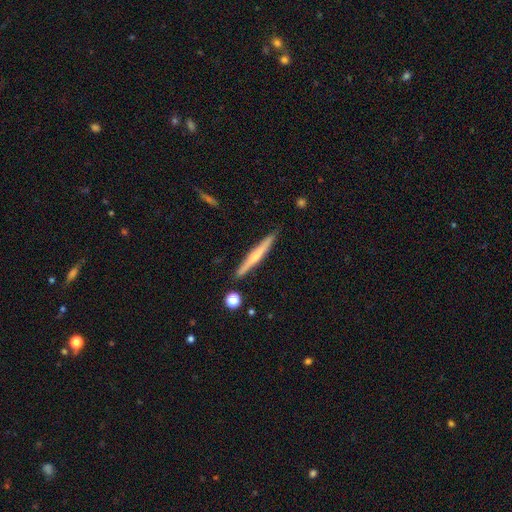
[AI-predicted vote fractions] featured or disk 55%, smooth 39%, star or artifact 6%. Down the decision tree: edge-on disk — yes (97%); edge-on bulge — rounded (60%); merging — none (89%).